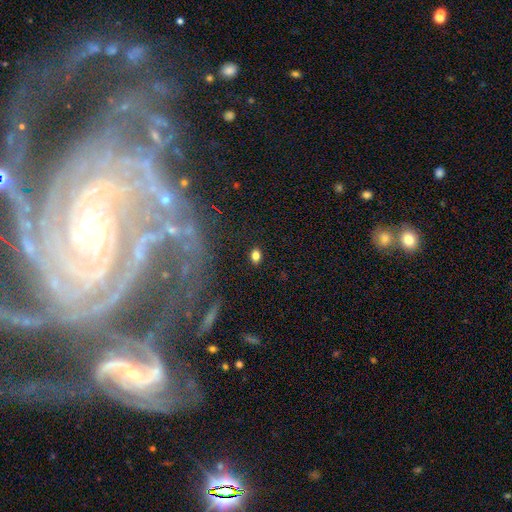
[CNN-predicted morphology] Smooth or featured? smooth (81%)
How rounded? in between (76%)
Merging? none (87%)